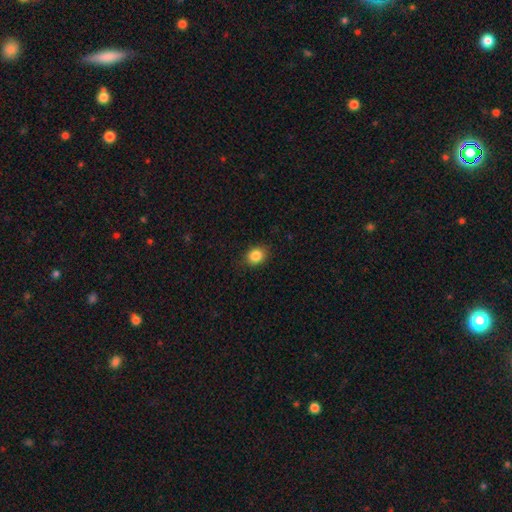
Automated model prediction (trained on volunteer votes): Overall: smooth (86%). How rounded: round (52%; in between 47%). Merging: none (86%).